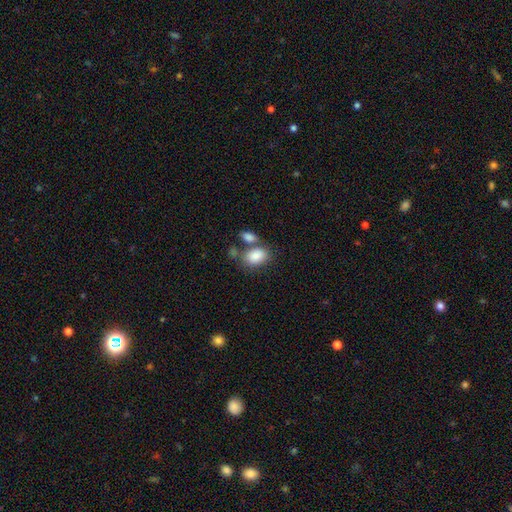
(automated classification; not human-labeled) Smooth or featured? smooth (85%)
How rounded? in between (85%)
Merging? none (46%)